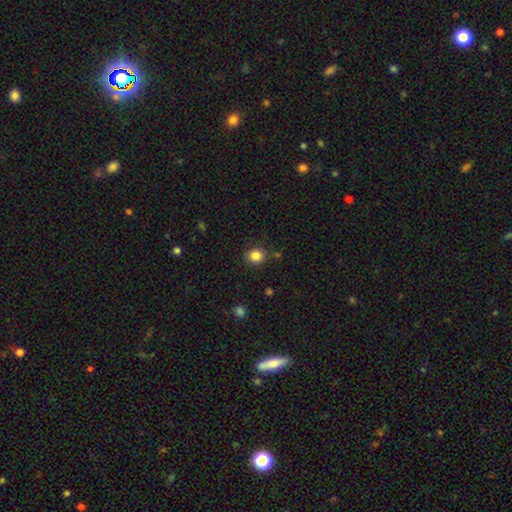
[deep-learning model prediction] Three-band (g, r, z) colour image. It shows a smooth galaxy with no disk features (85%) that is round (75%). Merging: none (82%).